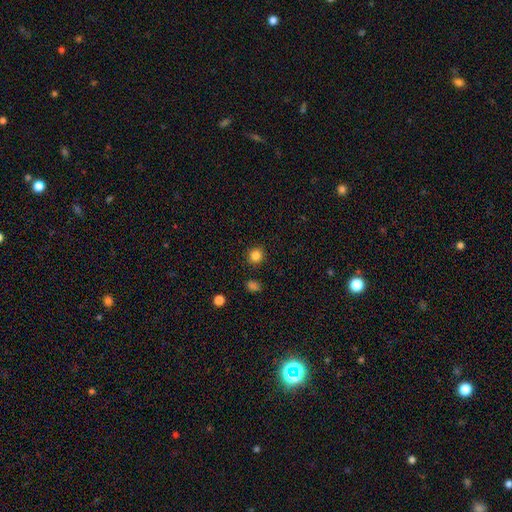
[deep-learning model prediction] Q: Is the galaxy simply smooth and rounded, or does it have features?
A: smooth — 84%.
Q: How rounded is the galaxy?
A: round — 89%.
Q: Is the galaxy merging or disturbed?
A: none — 90%.